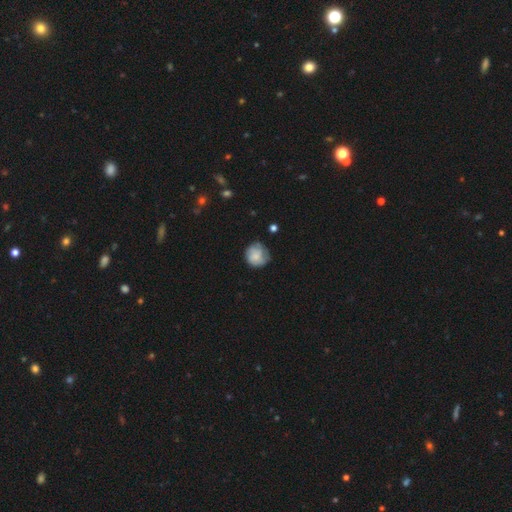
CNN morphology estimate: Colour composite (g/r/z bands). It shows a smooth galaxy with no disk features (64%) that is round (86%). Merging: none (64%).